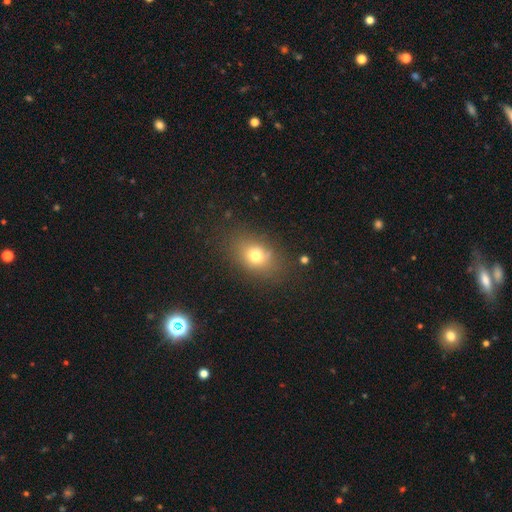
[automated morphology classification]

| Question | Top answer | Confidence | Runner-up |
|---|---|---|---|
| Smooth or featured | smooth | 72% | star or artifact (15%) |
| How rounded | in between | 60% | round (38%) |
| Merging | none | 77% | minor disturbance (14%) |